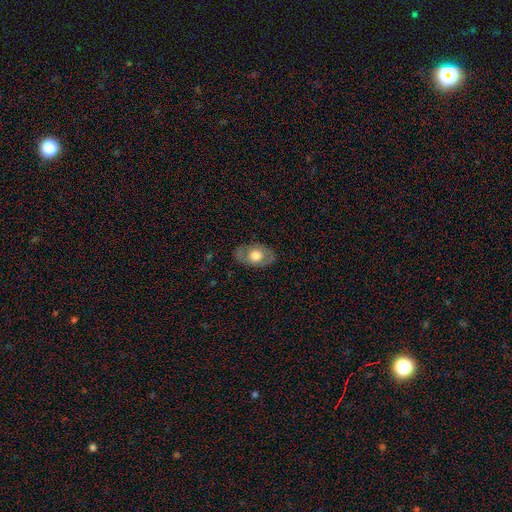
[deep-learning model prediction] Smooth or featured?
  - smooth: 52% *
  - featured or disk: 42%
  - star or artifact: 6%
How rounded?
  - in between: 82% *
  - round: 16%
  - cigar-shaped: 2%
Merging?
  - none: 80% *
  - minor disturbance: 14%
  - major disturbance: 5%
  - merger: 1%